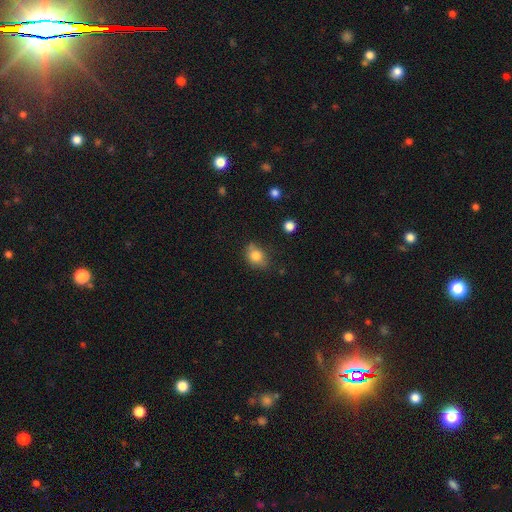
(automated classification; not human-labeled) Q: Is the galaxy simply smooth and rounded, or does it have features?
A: smooth — 80%.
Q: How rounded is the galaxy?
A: in between — 56%.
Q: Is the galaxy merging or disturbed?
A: none — 65%.